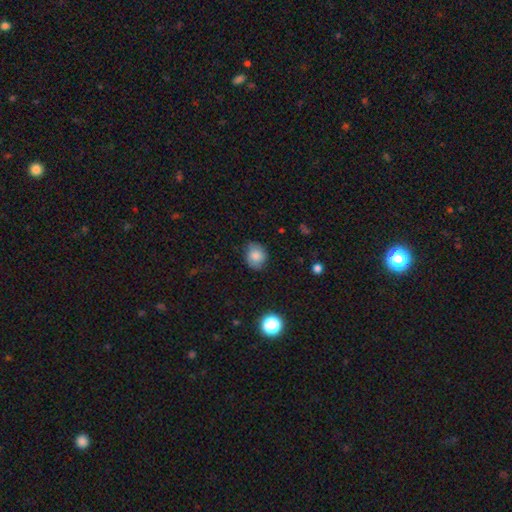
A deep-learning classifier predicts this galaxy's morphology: Overall: smooth (80%). How rounded: round (63%; in between 36%). Merging: none (73%).